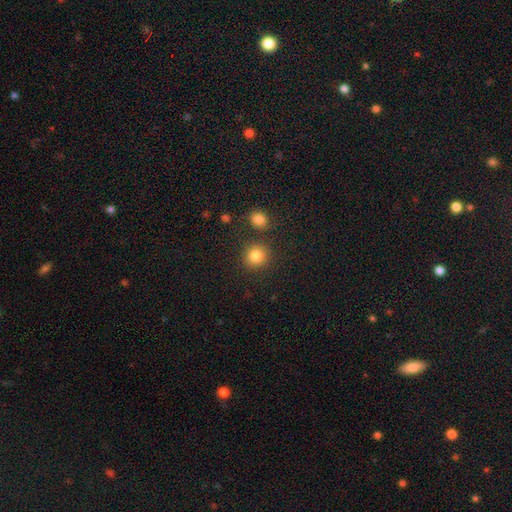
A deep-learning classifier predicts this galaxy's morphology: This is clearly a smooth galaxy (85%). How rounded: clearly round (87%). Merging: clearly none (81%).